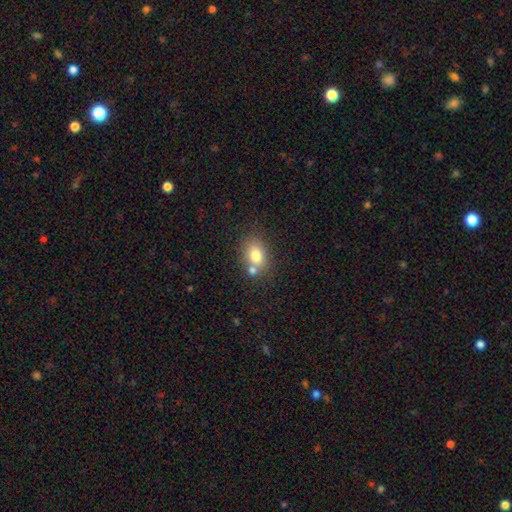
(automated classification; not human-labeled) smooth_or_featured: smooth (p=0.77) [alt: featured or disk p=0.13]
how_rounded: in between (p=0.65) [alt: round p=0.34]
merging: none (p=0.57) [alt: merger p=0.27]